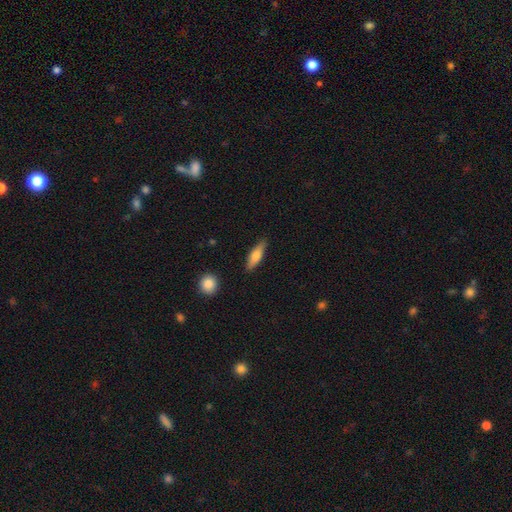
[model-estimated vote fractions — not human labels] smooth-or-featured: smooth: 69% | featured or disk: 25% | star or artifact: 6%
  how-rounded: cigar-shaped: 57% | in between: 40% | round: 3%
  merging: none: 84% | minor disturbance: 12% | major disturbance: 2% | merger: 2%